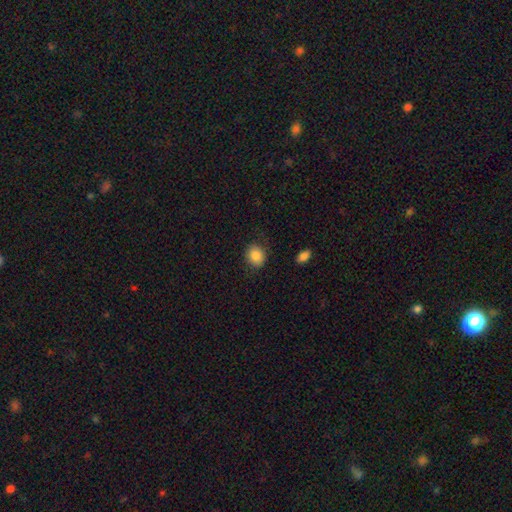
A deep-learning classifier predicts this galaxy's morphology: smooth-or-featured: smooth: 85% | star or artifact: 9% | featured or disk: 6%
  how-rounded: round: 65% | in between: 34% | cigar-shaped: 1%
  merging: none: 84% | minor disturbance: 11% | major disturbance: 3% | merger: 1%